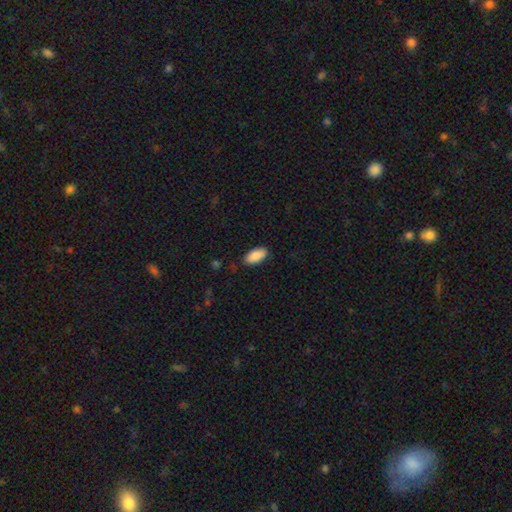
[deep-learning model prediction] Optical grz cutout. It shows a smooth galaxy with no disk features (90%) that is in between round and cigar-shaped (93%). Merging: none (86%).